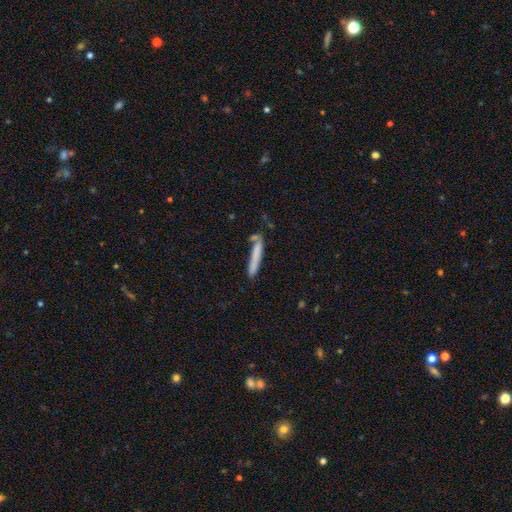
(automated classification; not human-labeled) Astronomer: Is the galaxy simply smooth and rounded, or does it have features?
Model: smooth — 74%.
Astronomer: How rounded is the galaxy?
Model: cigar-shaped — 94%.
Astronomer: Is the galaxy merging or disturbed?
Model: none — 67%.